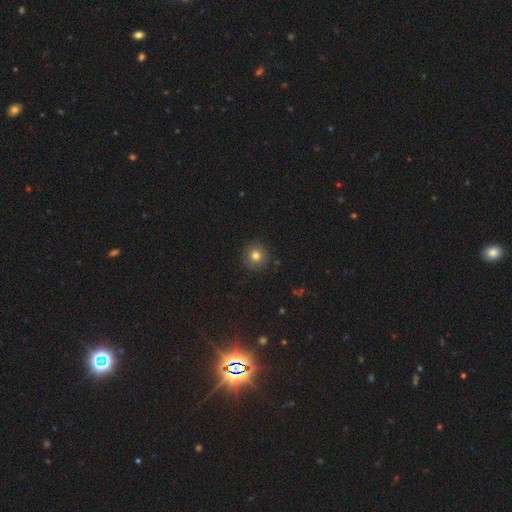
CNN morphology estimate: A smooth galaxy with no disk features (79%) that is round (95%).

Vote fractions:
- Smooth or featured? smooth: 79% / star or artifact: 13% / featured or disk: 8%
- How rounded? round: 95% / in between: 4% / cigar-shaped: 1%
- Merging? none: 91% / minor disturbance: 6% / major disturbance: 2% / merger: 1%